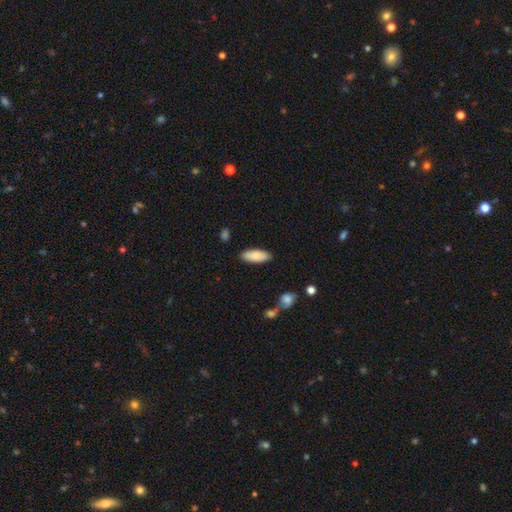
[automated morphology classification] Overall: smooth (84%). How rounded: in between (73%). Merging: none (86%).